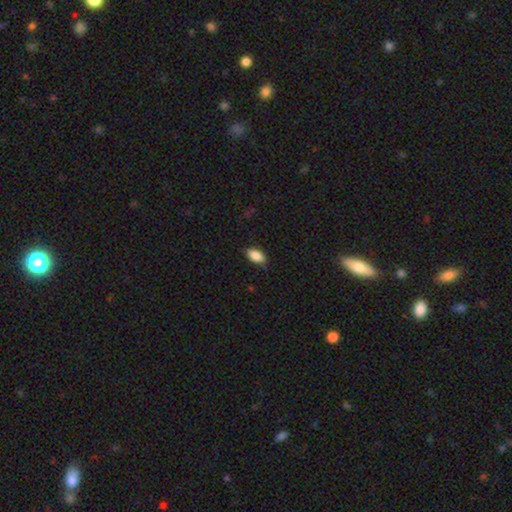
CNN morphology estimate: A smooth galaxy with no disk features (87%) that is in between round and cigar-shaped (92%). Merging: none (80%).